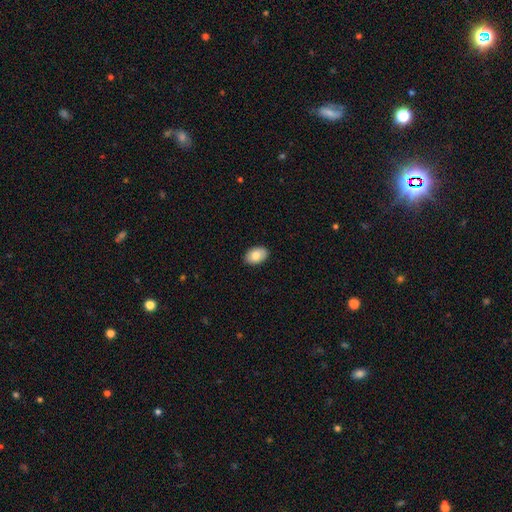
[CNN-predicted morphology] The model was most divided on "smooth or featured": smooth: 80%, featured or disk: 13%, star or artifact: 7%. More confident: merging — none (89%); how rounded — in between (87%).